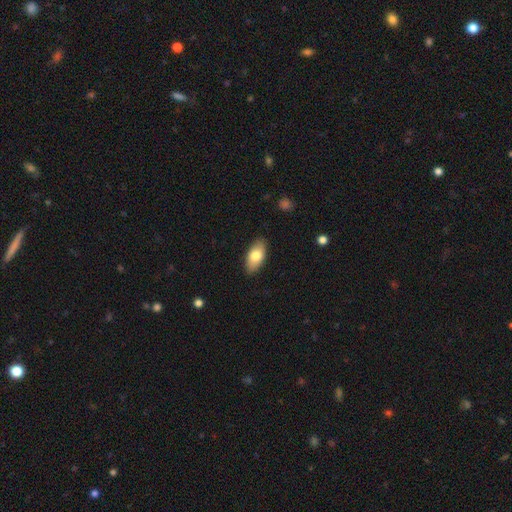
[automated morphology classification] Smooth or featured? smooth (78%)
How rounded? in between (92%)
Merging? none (87%)